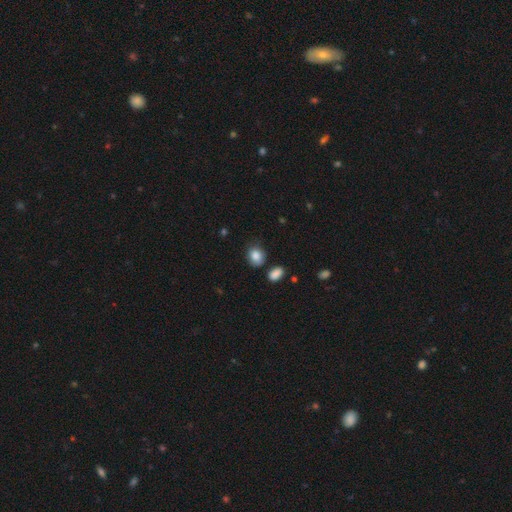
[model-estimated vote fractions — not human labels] smooth 86%, star or artifact 8%, featured or disk 6%. Down the decision tree: how rounded — round (56%); merging — none (69%).